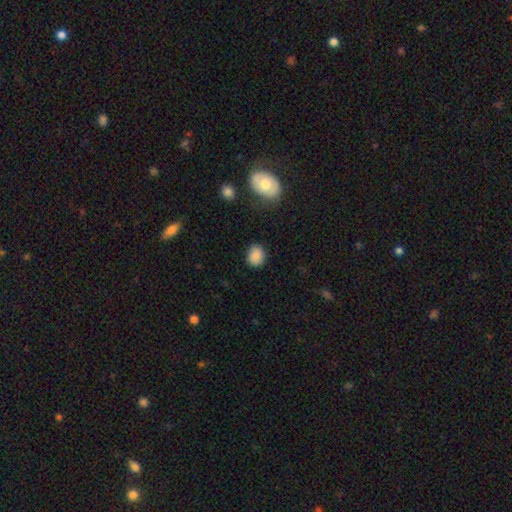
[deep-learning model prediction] Morphology: type=smooth (85%); roundness=round (63%); merging=none (83%).